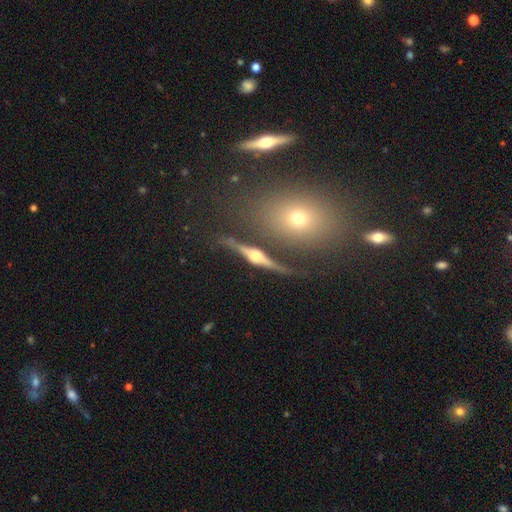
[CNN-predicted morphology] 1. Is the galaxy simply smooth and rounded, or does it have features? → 82% featured or disk, 10% smooth, 7% star or artifact.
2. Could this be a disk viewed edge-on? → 92% yes, 8% no.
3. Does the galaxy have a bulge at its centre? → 94% rounded, 3% boxy, 2% none.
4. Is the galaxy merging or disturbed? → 74% none, 13% minor disturbance, 7% merger, 6% major disturbance.